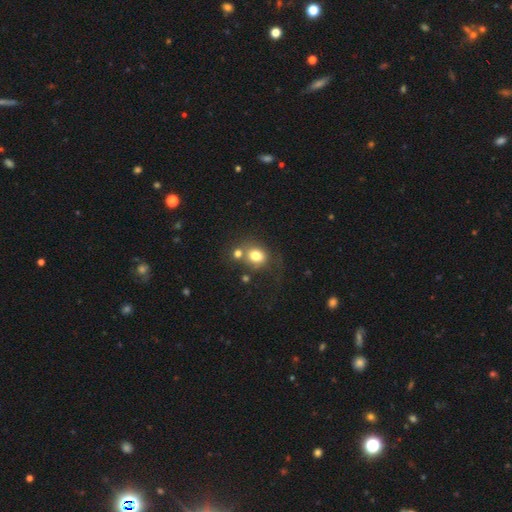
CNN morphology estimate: type=smooth (76%); roundness=round (68%); merging=none (47%).